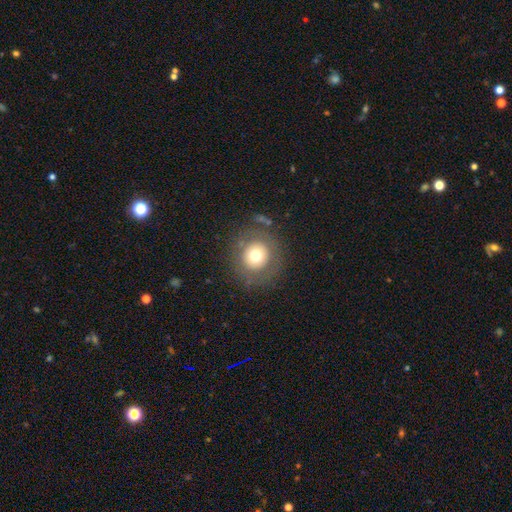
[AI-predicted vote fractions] This is likely a smooth galaxy (65%). How rounded: clearly round (92%). Merging: clearly none (80%).